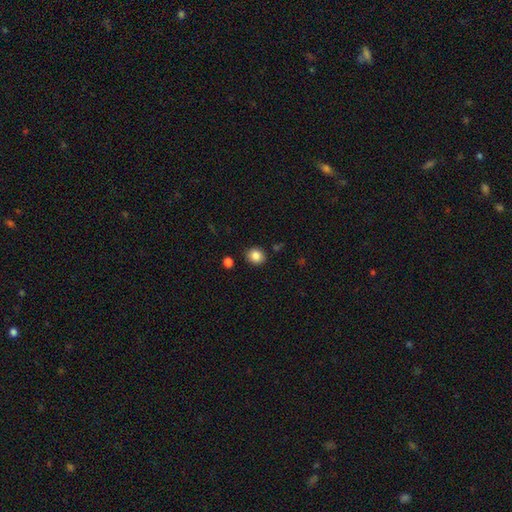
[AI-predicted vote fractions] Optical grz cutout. It shows a smooth galaxy with no disk features (85%) that is round (74%). Merging: none (88%).